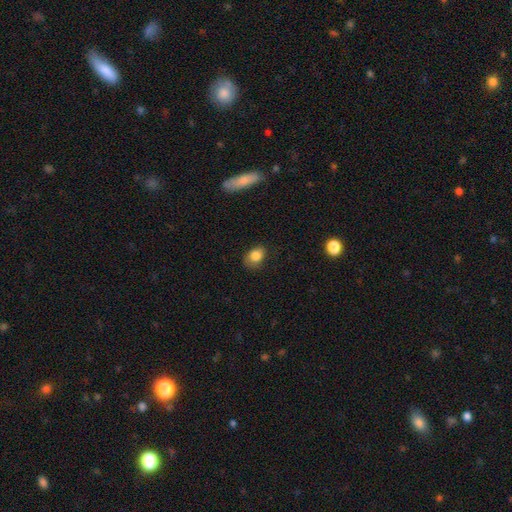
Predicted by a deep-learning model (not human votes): Smooth or featured? Predicted: smooth (p=0.82). How rounded? Predicted: in between (p=0.69). Merging? Predicted: none (p=0.69).